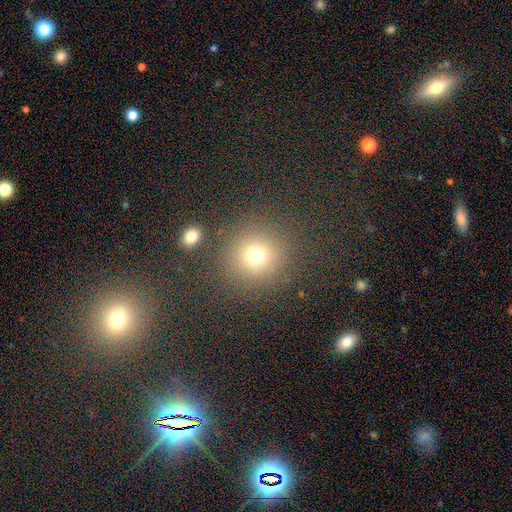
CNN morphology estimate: This is likely a smooth galaxy (73%). How rounded: clearly round (91%). Merging: clearly none (83%).